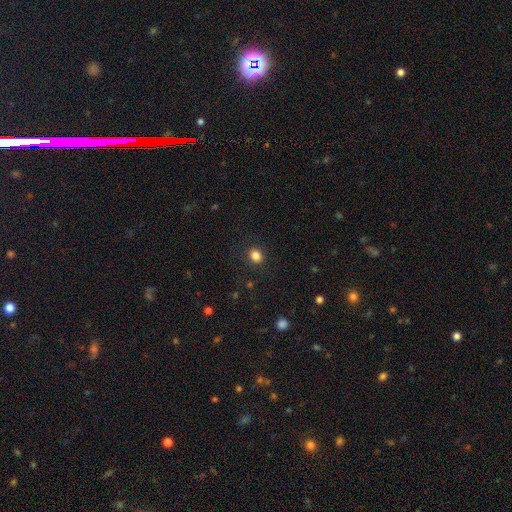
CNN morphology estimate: The model was most divided on "how rounded": round: 81%, in between: 18%, cigar-shaped: 1%. More confident: merging — none (88%); smooth or featured — smooth (84%).